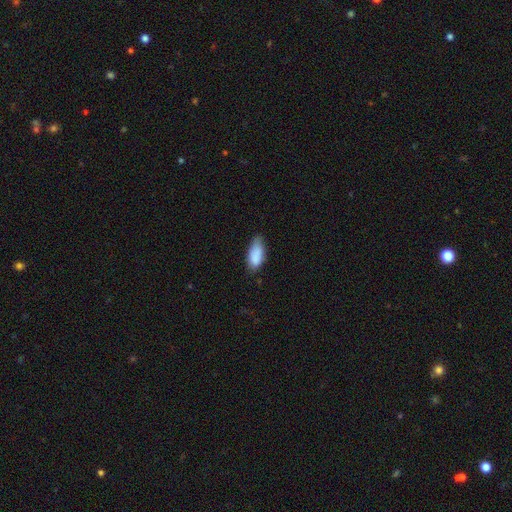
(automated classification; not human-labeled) This is clearly a smooth galaxy (86%). How rounded: clearly in between (87%). Merging: likely none (60%).